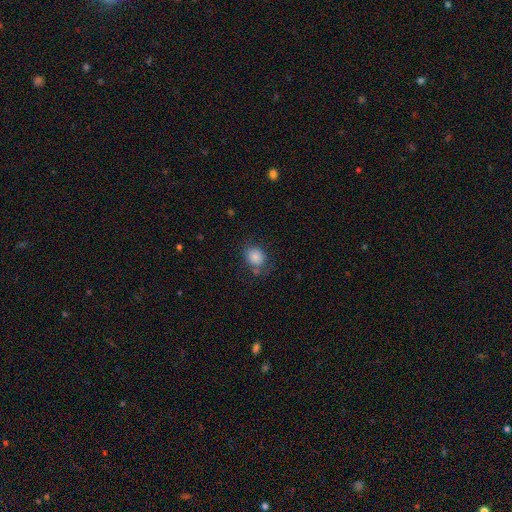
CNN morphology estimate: A smooth galaxy with no disk features (81%) that is round (68%).

Vote fractions:
- Smooth or featured? smooth: 81% / star or artifact: 11% / featured or disk: 7%
- How rounded? round: 68% / in between: 31% / cigar-shaped: 1%
- Merging? none: 70% / minor disturbance: 19% / major disturbance: 7% / merger: 4%